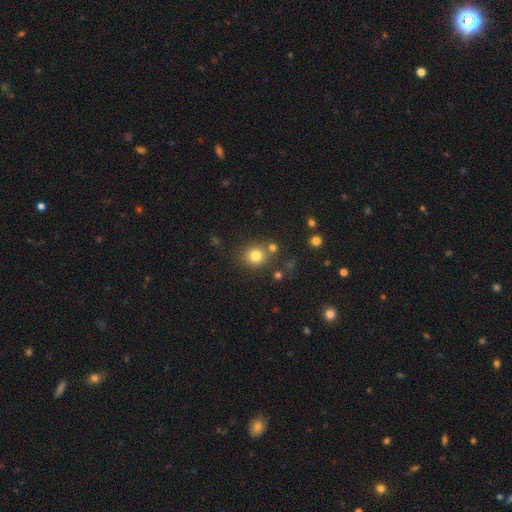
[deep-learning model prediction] smooth_or_featured: smooth (p=0.79) [alt: star or artifact p=0.13]
how_rounded: round (p=0.83) [alt: in between p=0.16]
merging: none (p=0.74) [alt: merger p=0.12]